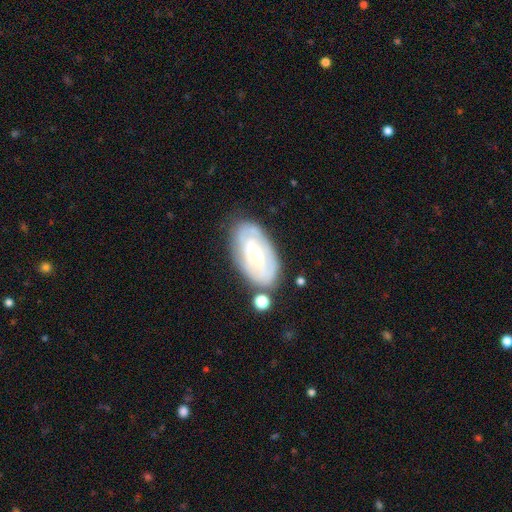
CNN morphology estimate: type=featured or disk (71%); edge-on=no (93%); bar=weak (43%); spiral arms=yes (76%); bulge=moderate (59%); merging=none (72%).